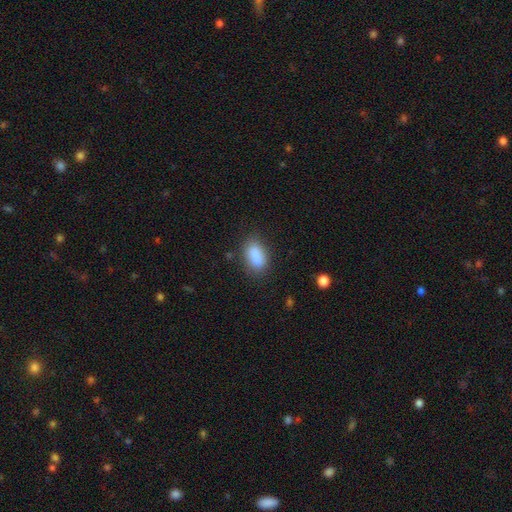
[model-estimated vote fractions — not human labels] A smooth galaxy with no disk features (87%) that is in between round and cigar-shaped (90%). Merging: none (79%).